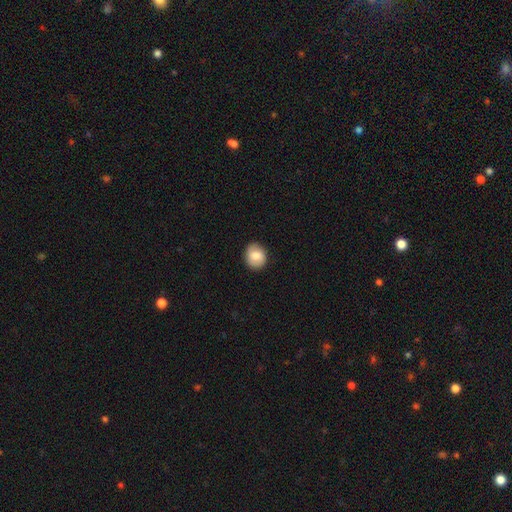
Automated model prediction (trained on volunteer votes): Smooth or featured? smooth (75%)
How rounded? round (68%)
Merging? none (86%)